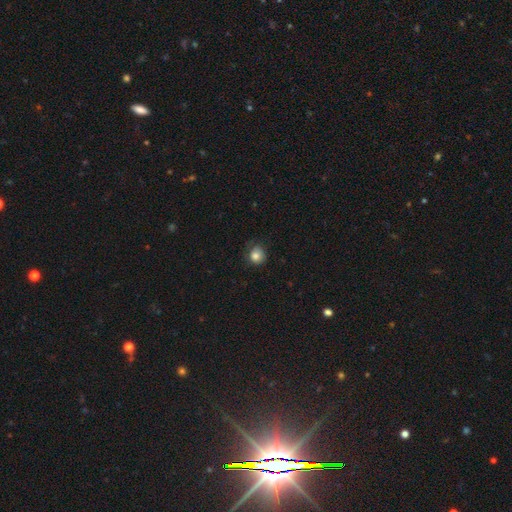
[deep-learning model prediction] A smooth galaxy with no disk features (81%) that is round (83%).

Vote fractions:
- Smooth or featured? smooth: 81% / star or artifact: 10% / featured or disk: 8%
- How rounded? round: 83% / in between: 16% / cigar-shaped: 1%
- Merging? none: 67% / minor disturbance: 23% / major disturbance: 9% / merger: 1%